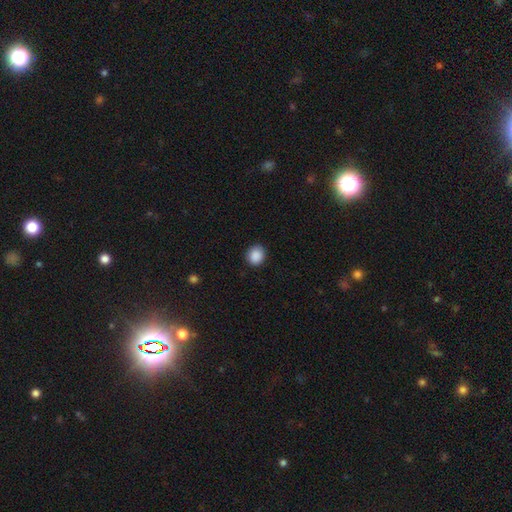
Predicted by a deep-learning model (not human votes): Morphology: type=smooth (89%); roundness=round (78%); merging=none (86%).